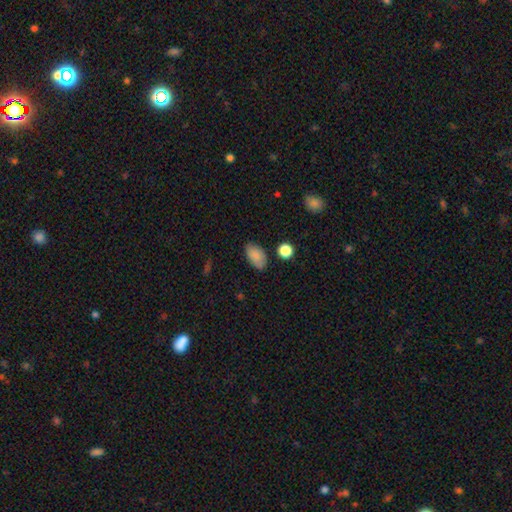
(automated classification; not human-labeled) Smooth or featured? smooth (86%)
How rounded? in between (92%)
Merging? none (79%)